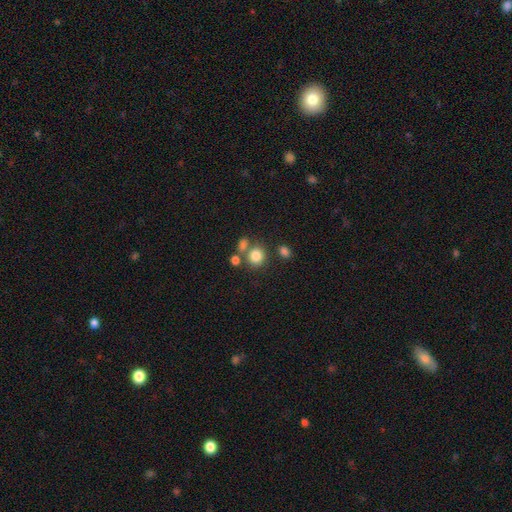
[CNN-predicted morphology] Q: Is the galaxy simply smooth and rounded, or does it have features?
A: smooth — 81%.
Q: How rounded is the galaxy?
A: round — 78%.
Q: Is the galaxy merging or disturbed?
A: none — 62%.